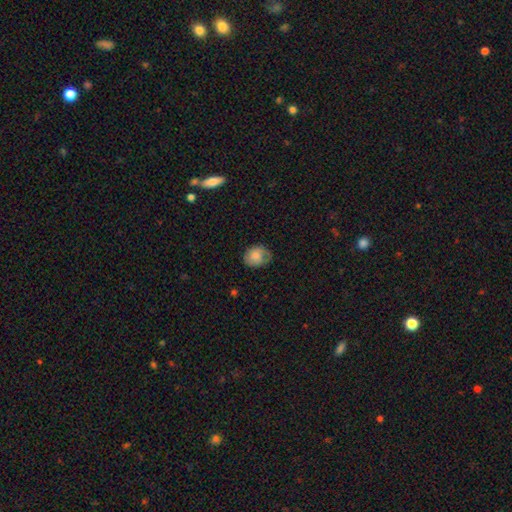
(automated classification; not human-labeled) Morphology: type=smooth (75%); roundness=round (51%); merging=none (61%).